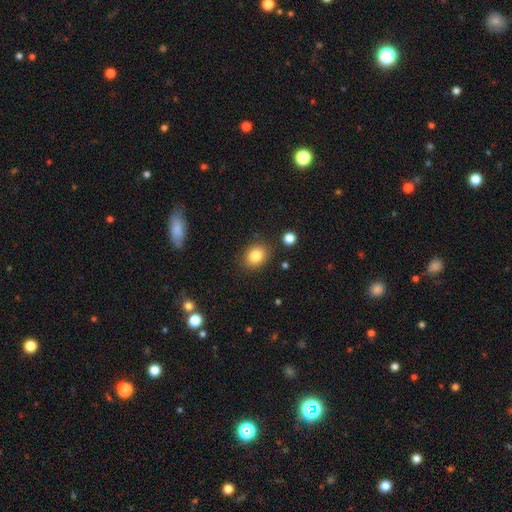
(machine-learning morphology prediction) This is clearly a smooth galaxy (82%). How rounded: possibly round (51%). Merging: clearly none (85%).